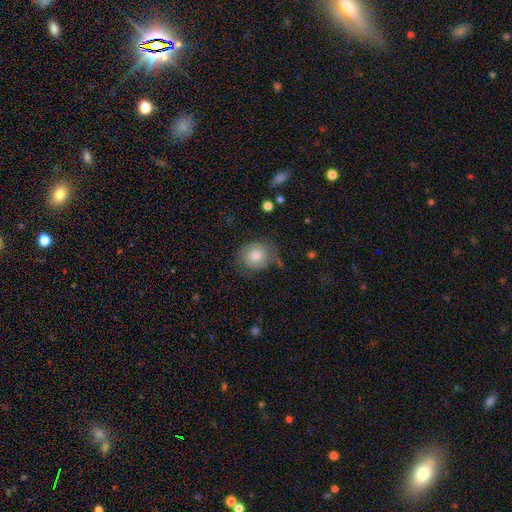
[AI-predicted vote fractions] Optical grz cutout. It shows a smooth galaxy with no disk features (68%) that is round (80%). Merging: none (67%).